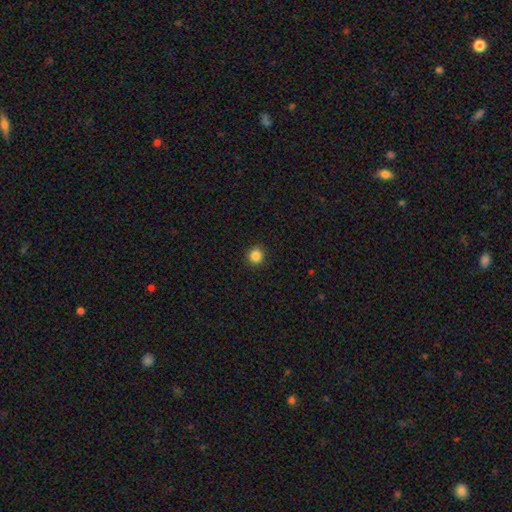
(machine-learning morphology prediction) A smooth galaxy with no disk features (86%) that is round (93%).

Vote fractions:
- Smooth or featured? smooth: 86% / star or artifact: 11% / featured or disk: 3%
- How rounded? round: 93% / in between: 6% / cigar-shaped: 1%
- Merging? none: 93% / minor disturbance: 5% / major disturbance: 2% / merger: 1%